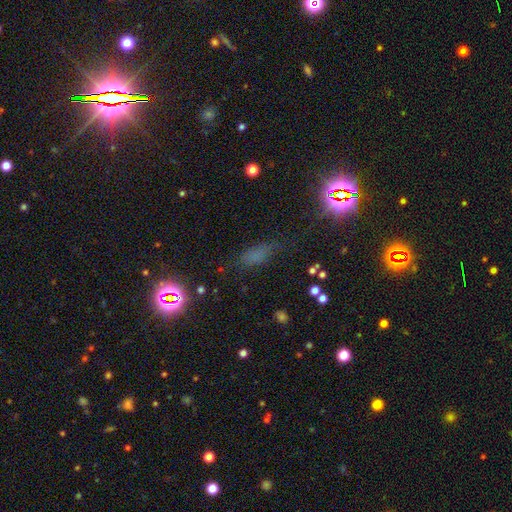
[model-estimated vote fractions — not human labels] This appears to be a smooth galaxy with no disk features (56%) that is in between round and cigar-shaped (59%). Merging: none (67%).